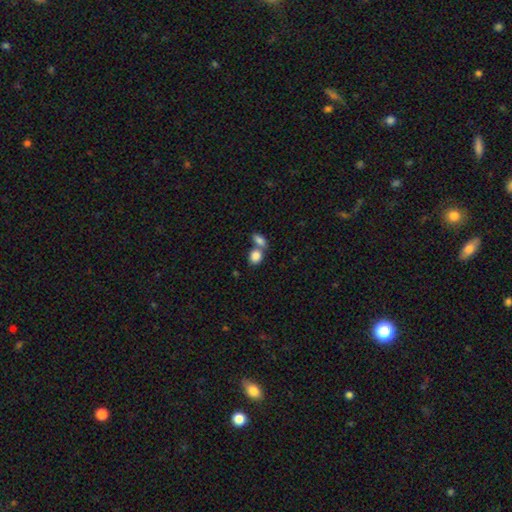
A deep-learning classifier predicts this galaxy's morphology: Smooth or featured?
  - smooth: 85% *
  - star or artifact: 8%
  - featured or disk: 7%
How rounded?
  - in between: 62% *
  - round: 36%
  - cigar-shaped: 2%
Merging?
  - merger: 53% *
  - none: 36%
  - minor disturbance: 8%
  - major disturbance: 3%